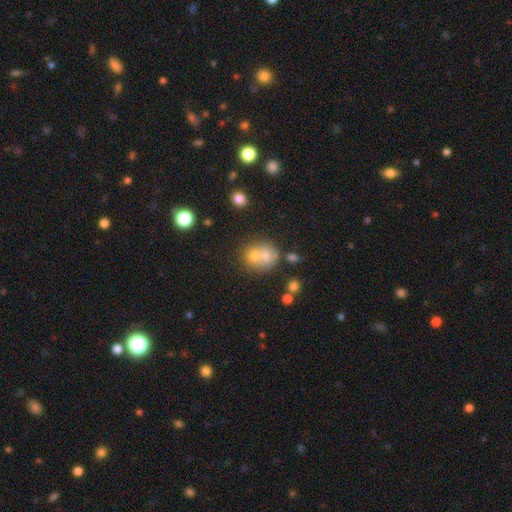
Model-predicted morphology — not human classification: smooth-or-featured: smooth: 65% | featured or disk: 21% | star or artifact: 14%
  how-rounded: round: 69% | in between: 30% | cigar-shaped: 1%
  merging: merger: 55% | none: 32% | minor disturbance: 8% | major disturbance: 5%